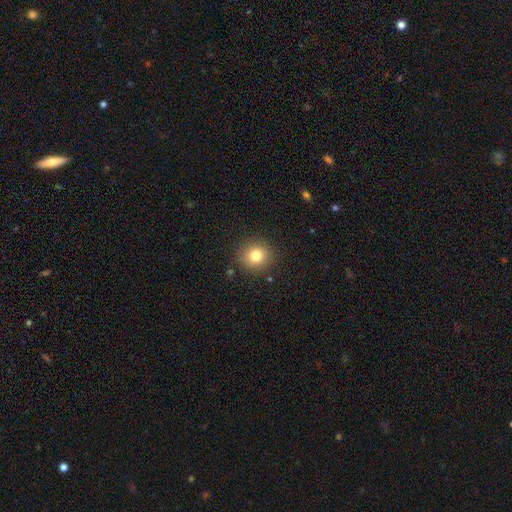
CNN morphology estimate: smooth 79%, star or artifact 12%, featured or disk 8%. Down the decision tree: how rounded — round (91%); merging — none (89%).